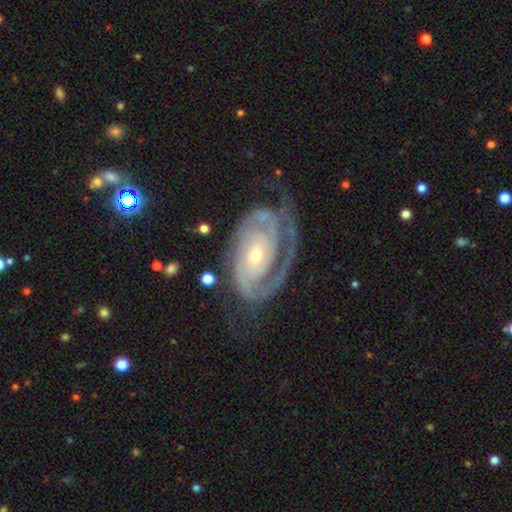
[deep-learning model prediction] smooth-or-featured: featured or disk: 91% | smooth: 5% | star or artifact: 4%
  disk-edge-on: no: 97% | yes: 3%
    bar: no: 66% | weak: 25% | strong: 10%
    has-spiral-arms: yes: 97% | no: 3%
      spiral-winding: tight: 72% | medium: 23% | loose: 5%
      spiral-arm-count: 2: 55% | 1: 15% | can't tell: 13% | 3: 11% | 4: 3% | more than 4: 3%
    bulge-size: small: 53% | moderate: 43% | large: 2% | none: 1% | dominant: 1%
  merging: none: 63% | minor disturbance: 20% | major disturbance: 16% | merger: 2%